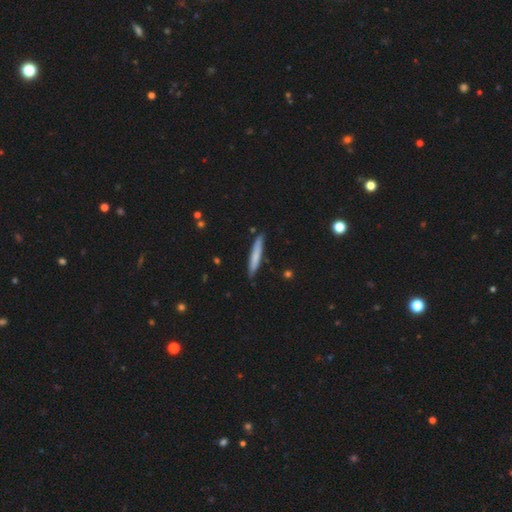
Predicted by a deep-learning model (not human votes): This appears to be a smooth galaxy with no disk features (71%) that is cigar-shaped (95%). Merging: none (85%).